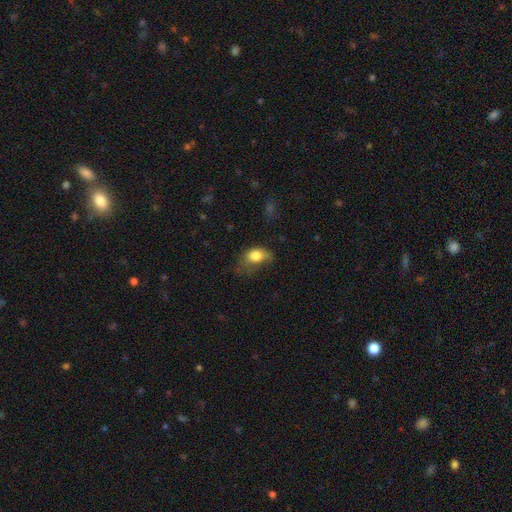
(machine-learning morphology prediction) The model was most divided on "merging": minor disturbance: 35%, major disturbance: 33%, none: 30%, merger: 2%. More confident: smooth or featured — smooth (77%); how rounded — in between (77%).